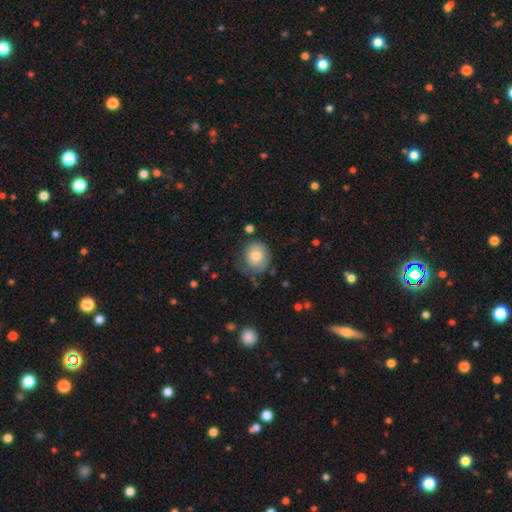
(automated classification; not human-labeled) A smooth galaxy with no disk features (72%) that is round (72%). Merging: none (53%).